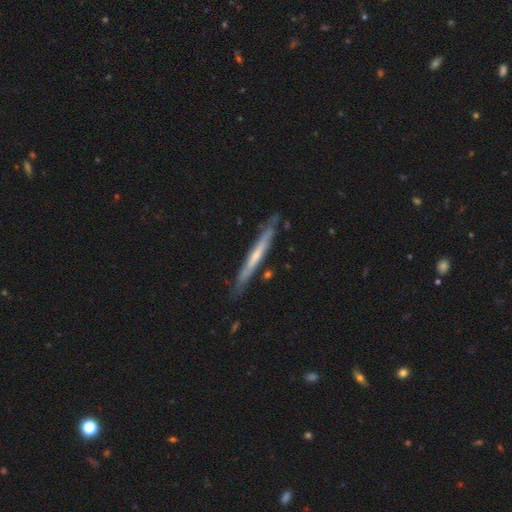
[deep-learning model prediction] Overall: featured or disk (60%; smooth 34%). Edge-on disk: yes (91%). Edge-on bulge: none (70%). Merging: none (80%).